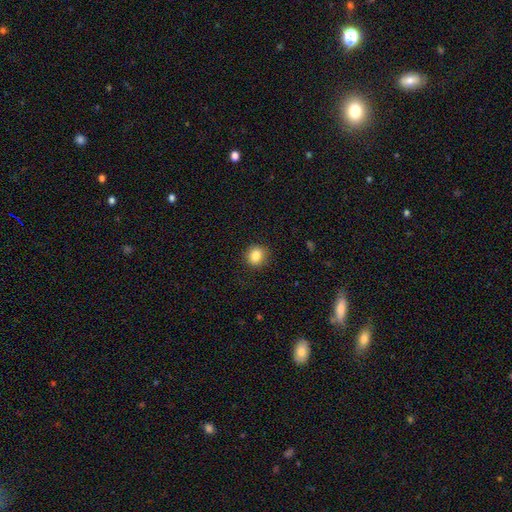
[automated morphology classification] Smooth or featured: smooth — 84% (star or artifact — 10%)
How rounded: round — 77% (in between — 22%)
Merging: none — 87% (minor disturbance — 9%)